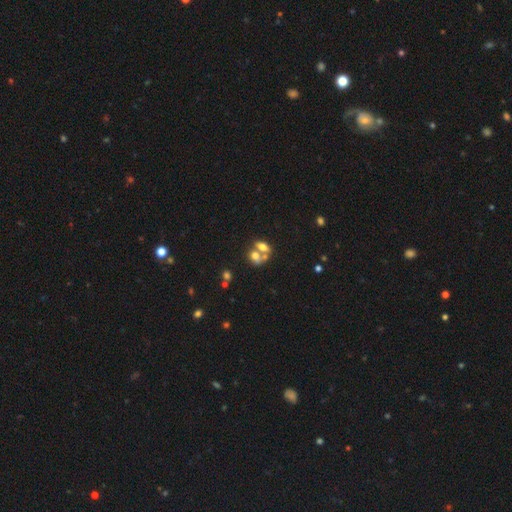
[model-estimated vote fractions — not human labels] A smooth galaxy with no disk features (63%) that is in between round and cigar-shaped (72%).

Vote fractions:
- Smooth or featured? smooth: 63% / featured or disk: 25% / star or artifact: 12%
- How rounded? in between: 72% / round: 25% / cigar-shaped: 3%
- Merging? merger: 62% / none: 26% / minor disturbance: 7% / major disturbance: 5%